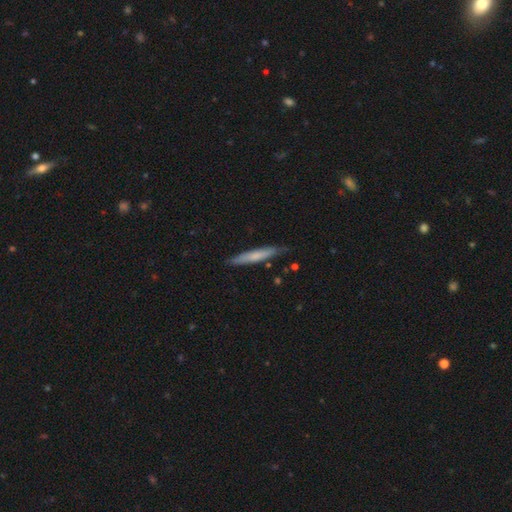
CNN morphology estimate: The model was most divided on "smooth or featured": smooth: 65%, featured or disk: 29%, star or artifact: 6%. More confident: how rounded — cigar-shaped (94%); merging — none (83%).